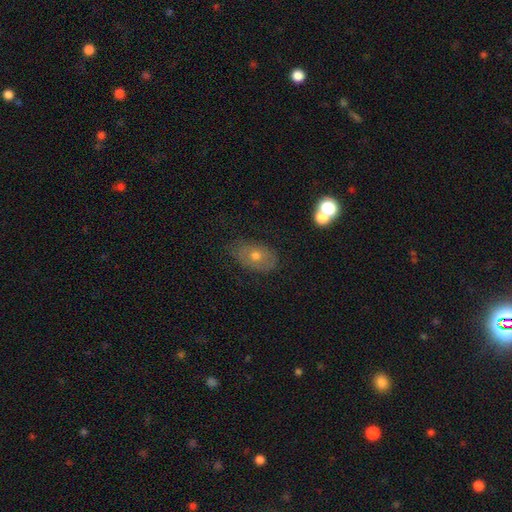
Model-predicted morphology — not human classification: smooth 55%, featured or disk 33%, star or artifact 12%. Down the decision tree: how rounded — in between (82%); merging — none (73%).